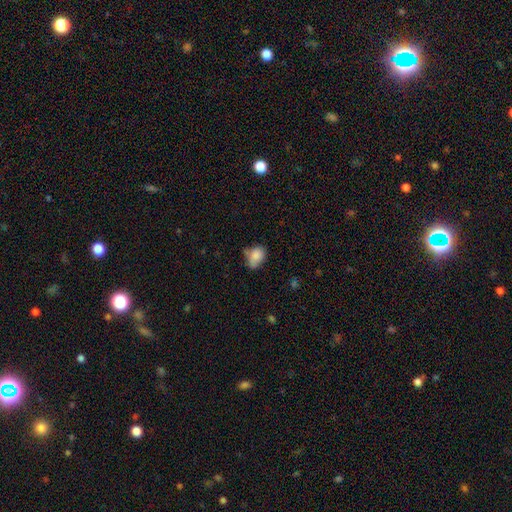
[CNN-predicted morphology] Smooth or featured: smooth — 81% (featured or disk — 10%)
How rounded: in between — 66% (round — 33%)
Merging: none — 44% (minor disturbance — 35%)